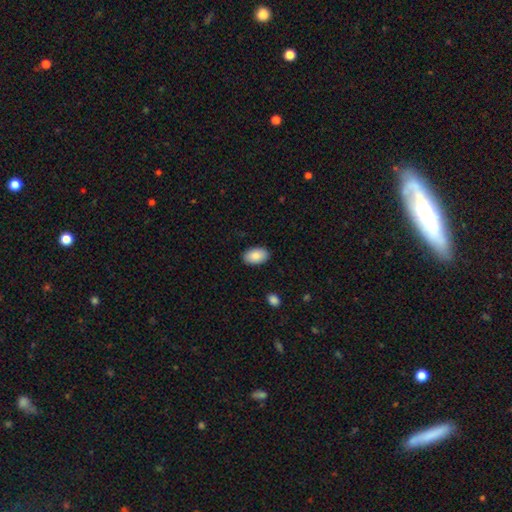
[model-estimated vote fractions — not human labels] Smooth or featured? Predicted: smooth (p=0.87). How rounded? Predicted: in between (p=0.94). Merging? Predicted: none (p=0.89).